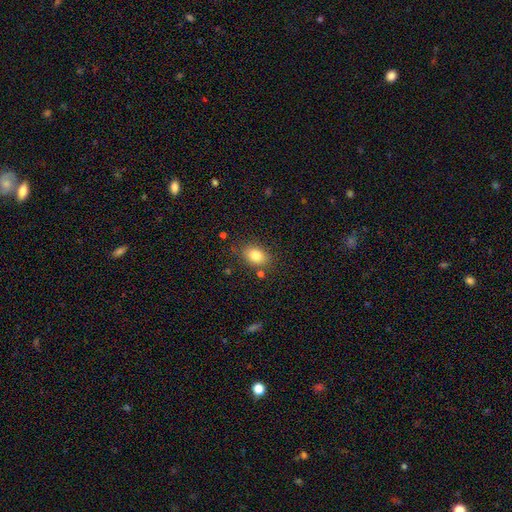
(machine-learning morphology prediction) Q: Smooth or featured?
A: smooth (82%); runner-up: star or artifact (9%)
Q: How rounded?
A: in between (75%); runner-up: round (24%)
Q: Merging?
A: none (79%); runner-up: minor disturbance (13%)